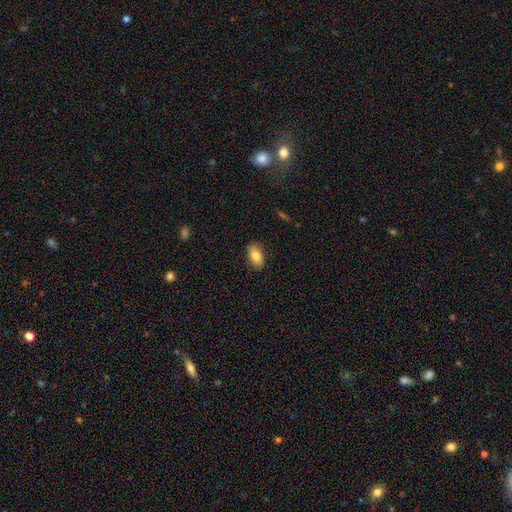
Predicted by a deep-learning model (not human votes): smooth_or_featured: smooth (p=0.81) [alt: featured or disk p=0.12]
how_rounded: in between (p=0.91) [alt: round p=0.05]
merging: none (p=0.85) [alt: minor disturbance p=0.11]